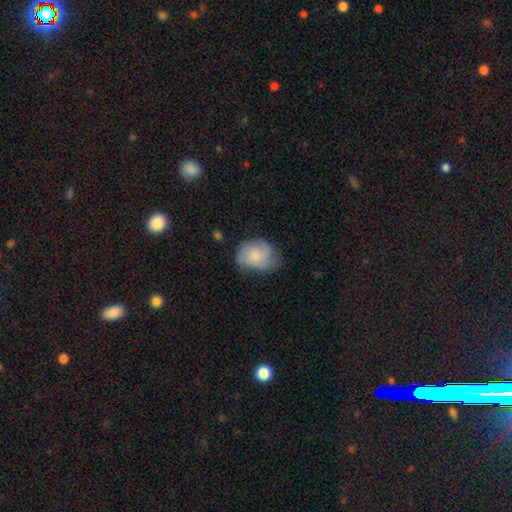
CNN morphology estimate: Smooth or featured? smooth (54%)
How rounded? in between (65%)
Merging? none (56%)